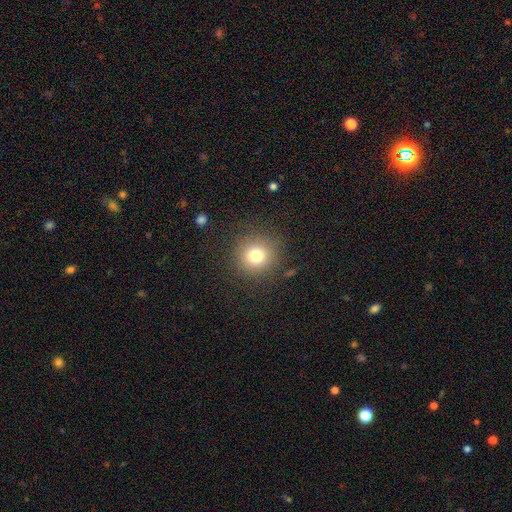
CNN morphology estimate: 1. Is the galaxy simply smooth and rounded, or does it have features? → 77% smooth, 14% star or artifact, 9% featured or disk.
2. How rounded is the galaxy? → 93% round, 6% in between, 1% cigar-shaped.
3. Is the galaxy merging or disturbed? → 87% none, 7% minor disturbance, 4% major disturbance, 1% merger.